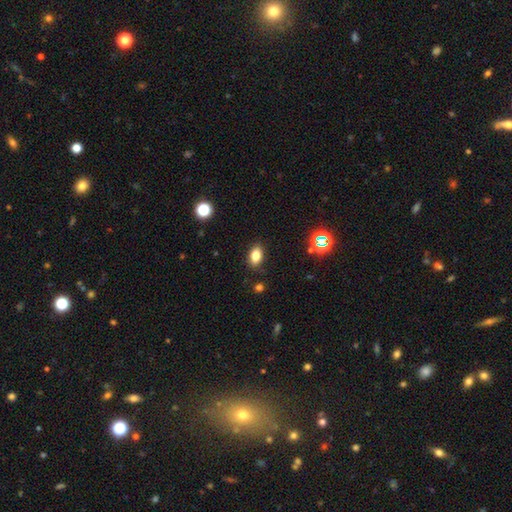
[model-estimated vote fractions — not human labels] smooth-or-featured: smooth: 80% | star or artifact: 12% | featured or disk: 8%
  how-rounded: in between: 86% | round: 12% | cigar-shaped: 2%
  merging: none: 87% | minor disturbance: 9% | major disturbance: 2% | merger: 1%